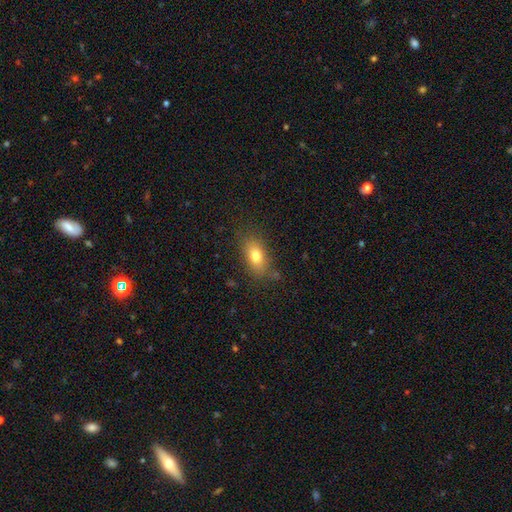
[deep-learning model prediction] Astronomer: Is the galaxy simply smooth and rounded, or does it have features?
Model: smooth — 77%.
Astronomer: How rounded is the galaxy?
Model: in between — 83%.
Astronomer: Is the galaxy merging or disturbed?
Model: none — 79%.